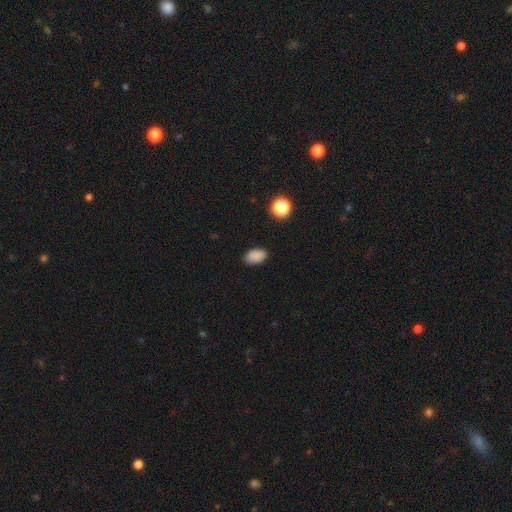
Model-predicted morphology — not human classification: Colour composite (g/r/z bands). It shows a smooth galaxy with no disk features (87%) that is in between round and cigar-shaped (90%). Merging: none (87%).